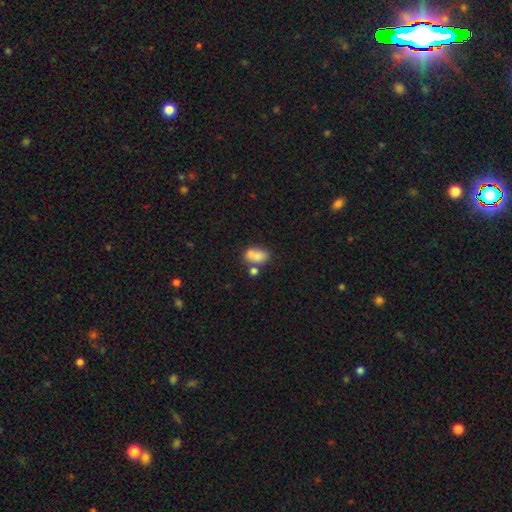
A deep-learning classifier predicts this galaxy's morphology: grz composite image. It shows a smooth galaxy with no disk features (78%) that is in between round and cigar-shaped (83%). Merging: none (43%).